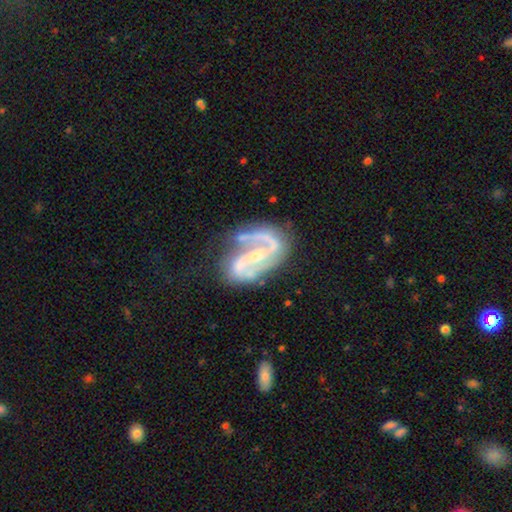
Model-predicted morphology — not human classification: Overall: featured or disk (90%). Edge-on disk: no (97%). Bar: strong (48%; weak 35%). Spiral arms: yes (96%). Spiral arm count: 2 (87%). Spiral winding: medium (53%; tight 24%). Bulge size: small (57%; moderate 30%). Merging: none (61%; minor disturbance 21%).